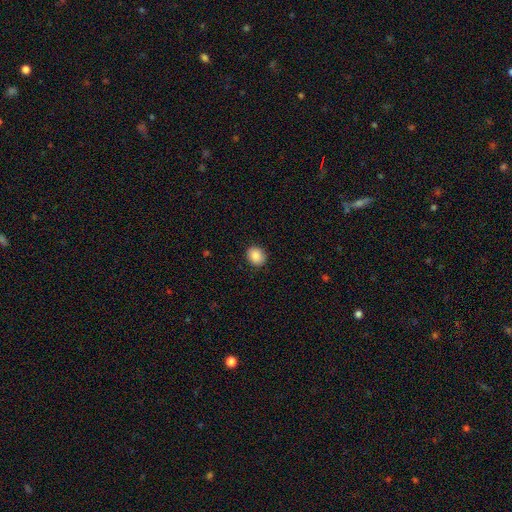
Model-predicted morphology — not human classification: type=smooth (88%); roundness=round (65%); merging=none (89%).